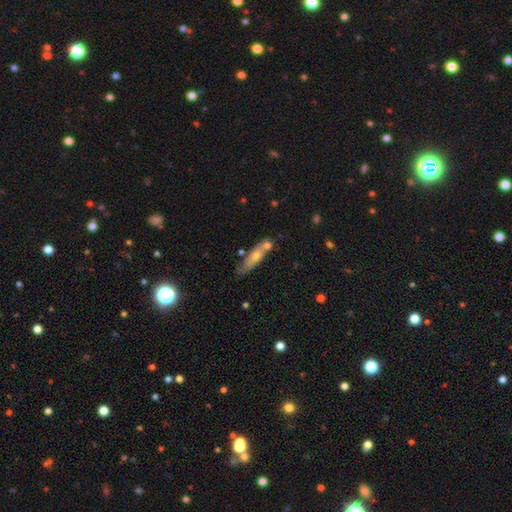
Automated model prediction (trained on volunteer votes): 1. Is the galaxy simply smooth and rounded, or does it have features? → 53% smooth, 39% featured or disk, 8% star or artifact.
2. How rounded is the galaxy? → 76% cigar-shaped, 21% in between, 3% round.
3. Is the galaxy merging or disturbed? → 63% none, 18% minor disturbance, 14% merger, 4% major disturbance.